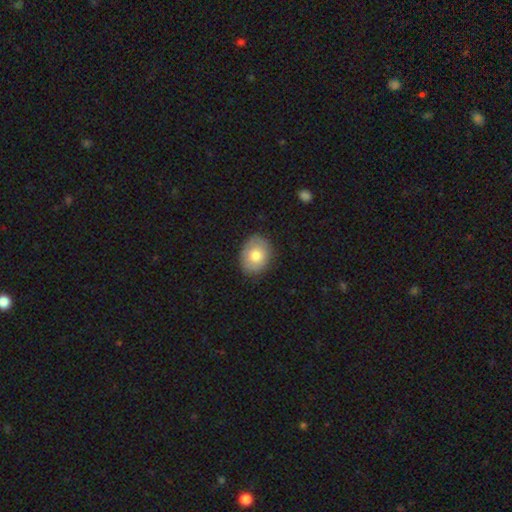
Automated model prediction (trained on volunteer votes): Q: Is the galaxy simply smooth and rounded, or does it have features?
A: smooth — 79%.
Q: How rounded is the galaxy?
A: in between — 57%.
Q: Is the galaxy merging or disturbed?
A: none — 85%.